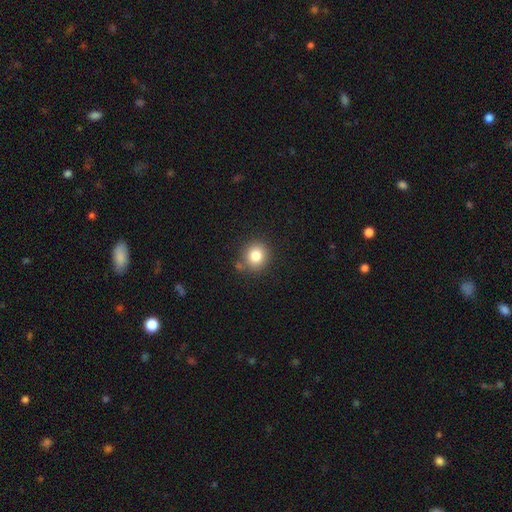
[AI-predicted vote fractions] smooth-or-featured: smooth: 82% | star or artifact: 10% | featured or disk: 7%
  how-rounded: round: 86% | in between: 13% | cigar-shaped: 1%
  merging: none: 81% | minor disturbance: 11% | merger: 5% | major disturbance: 3%